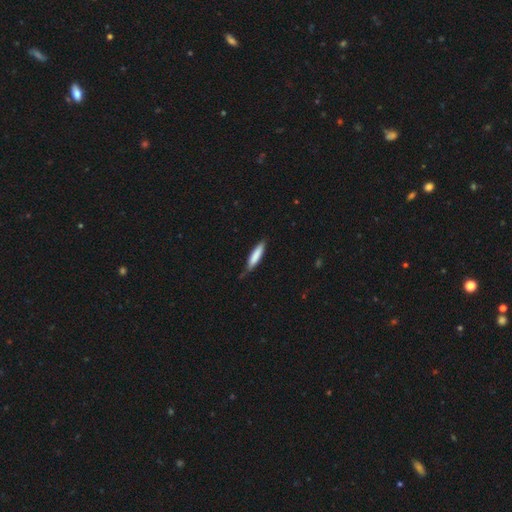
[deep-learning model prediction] Q: Smooth or featured?
A: smooth (80%); runner-up: featured or disk (14%)
Q: How rounded?
A: cigar-shaped (82%); runner-up: in between (17%)
Q: Merging?
A: none (73%); runner-up: minor disturbance (22%)